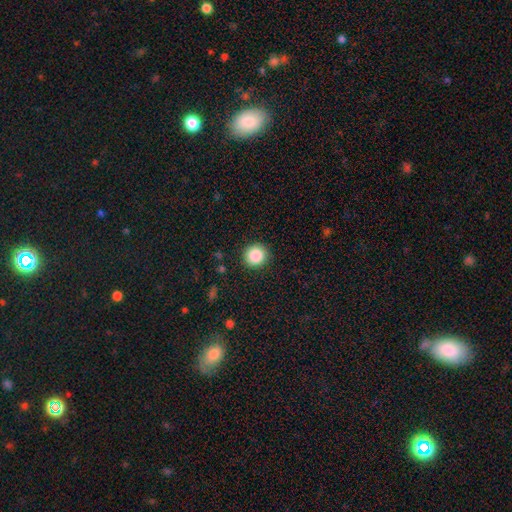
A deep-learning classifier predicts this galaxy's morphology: type=smooth (87%); roundness=round (92%); merging=none (90%).